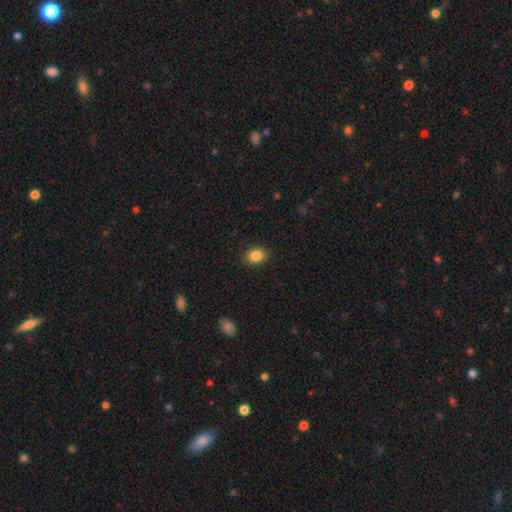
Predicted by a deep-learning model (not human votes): Morphology: type=smooth (86%); roundness=in between (55%); merging=none (90%).